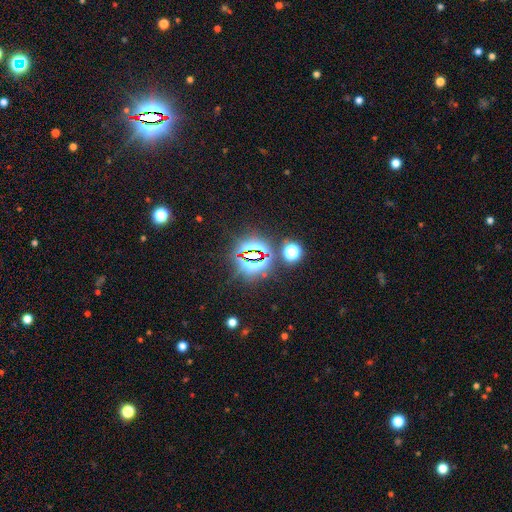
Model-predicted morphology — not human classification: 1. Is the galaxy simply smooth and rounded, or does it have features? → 77% star or artifact, 15% smooth, 8% featured or disk.